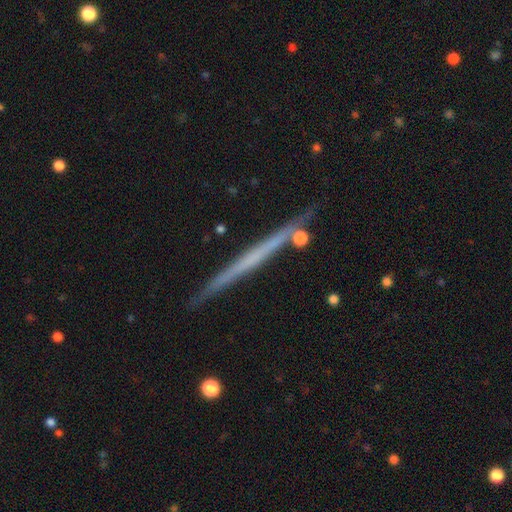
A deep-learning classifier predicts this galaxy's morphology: This is possibly a featured or disk galaxy (60%). It is clearly viewed edge-on (97%). Edge-on bulge: clearly none (91%). Merging: clearly none (87%).